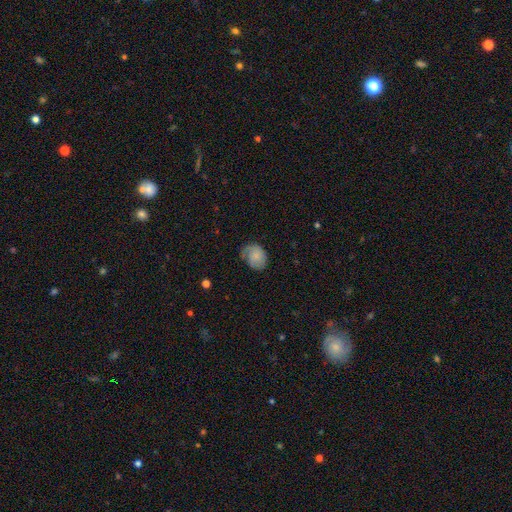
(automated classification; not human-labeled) A smooth galaxy with no disk features (65%) that is in between round and cigar-shaped (57%). Merging: none (48%).